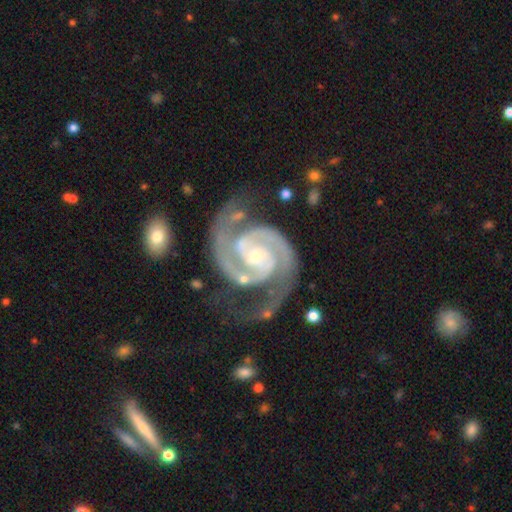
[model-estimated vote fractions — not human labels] A featured or disk galaxy (95%) with no bar (54%), 2 (93%) tight (50%) spiral arms (99%) and a small central bulge (60%).

Vote fractions:
- Smooth or featured? featured or disk: 95% / star or artifact: 4% / smooth: 2%
- Edge-on disk? no: 98% / yes: 2%
- Bar? no: 54% / weak: 32% / strong: 14%
- Spiral arms? yes: 99% / no: 1%
- Spiral winding? tight: 50% / medium: 44% / loose: 5%
- Spiral arm count? 2: 93% / 3: 3% / can't tell: 1% / 1: 1% / 4: 1% / more than 4: 1%
- Bulge size? small: 60% / moderate: 35% / none: 2% / large: 2% / dominant: 1%
- Merging? none: 66% / minor disturbance: 19% / major disturbance: 11% / merger: 4%